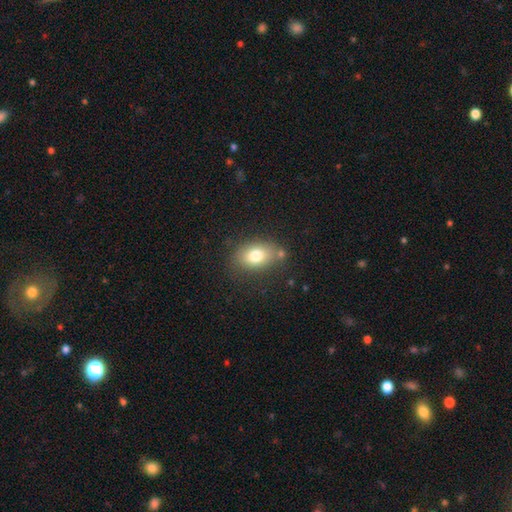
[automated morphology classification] Smooth or featured? Predicted: smooth (p=0.77). How rounded? Predicted: in between (p=0.81). Merging? Predicted: none (p=0.72).